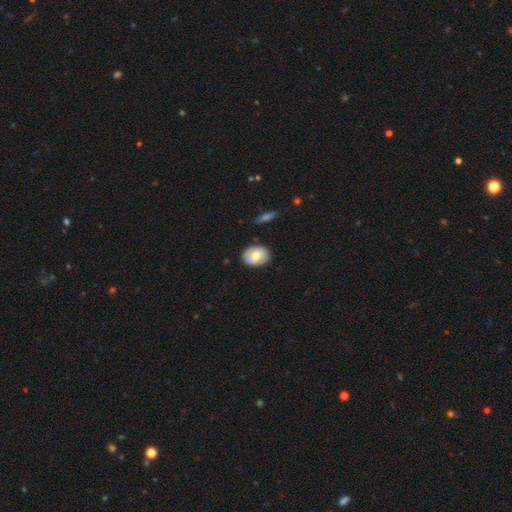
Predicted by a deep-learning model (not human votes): Morphology: type=smooth (69%); roundness=in between (70%); merging=none (80%).